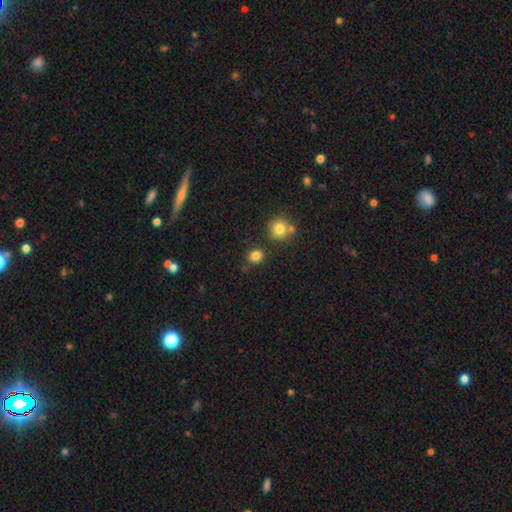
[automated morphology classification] Overall: smooth (82%). How rounded: round (84%). Merging: none (81%).